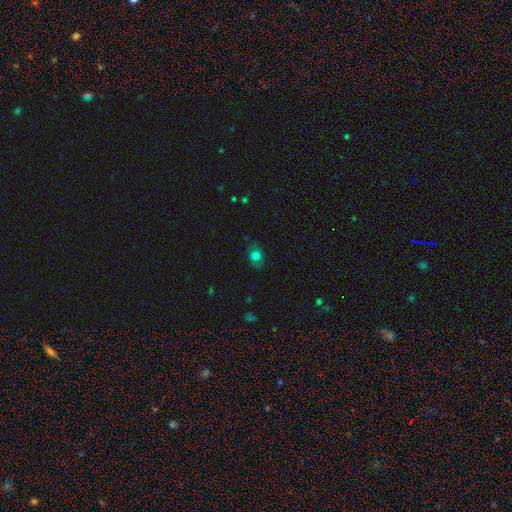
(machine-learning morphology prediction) The model was most divided on "how rounded": in between: 59%, round: 39%, cigar-shaped: 2%. More confident: merging — none (77%); smooth or featured — smooth (67%).